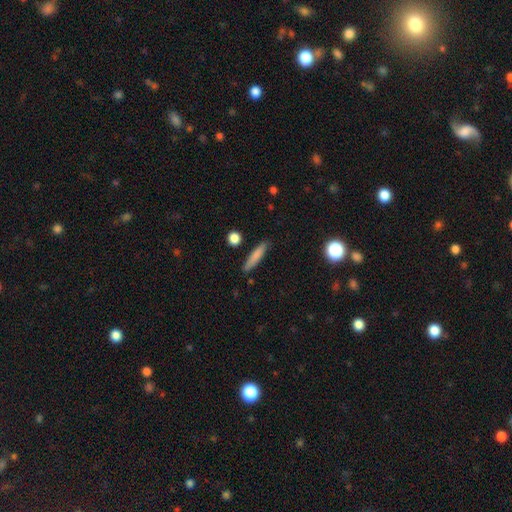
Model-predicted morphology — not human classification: This is likely a smooth galaxy (78%). How rounded: clearly cigar-shaped (86%). Merging: clearly none (85%).